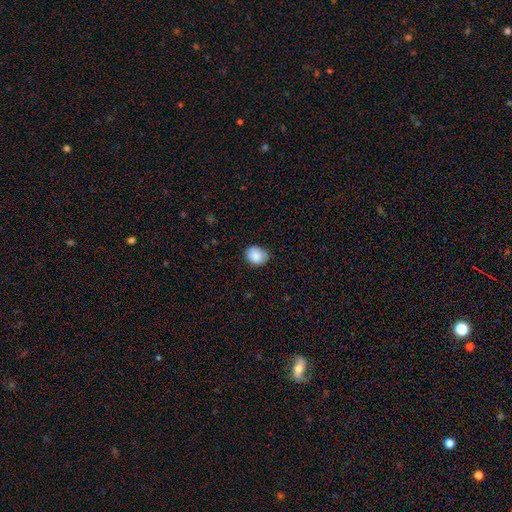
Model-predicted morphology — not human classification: Smooth or featured? Predicted: smooth (p=0.88). How rounded? Predicted: round (p=0.61). Merging? Predicted: none (p=0.75).